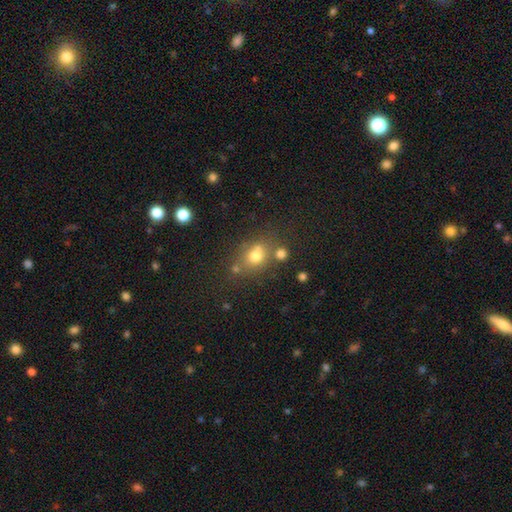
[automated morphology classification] smooth-or-featured: smooth: 69% | star or artifact: 17% | featured or disk: 14%
  how-rounded: round: 63% | in between: 36% | cigar-shaped: 1%
  merging: none: 59% | merger: 22% | minor disturbance: 13% | major disturbance: 6%